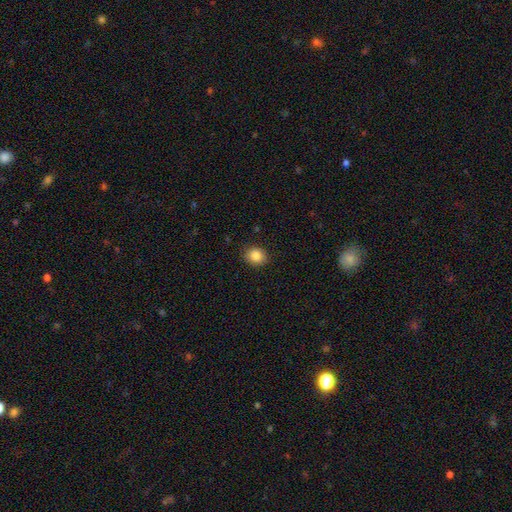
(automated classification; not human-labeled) This is clearly a smooth galaxy (87%). How rounded: likely round (67%). Merging: clearly none (87%).